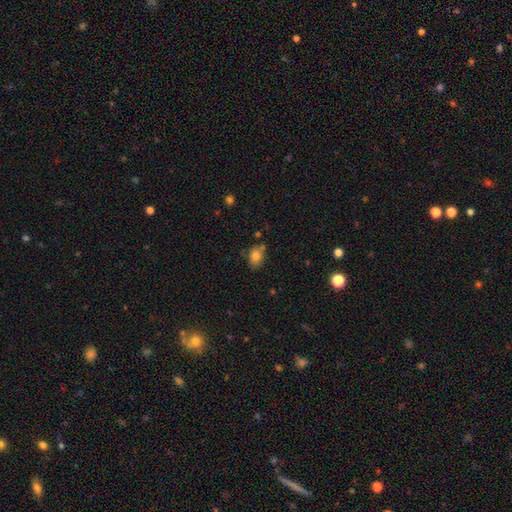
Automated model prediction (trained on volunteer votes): Overall: smooth (80%). How rounded: in between (75%). Merging: none (65%).